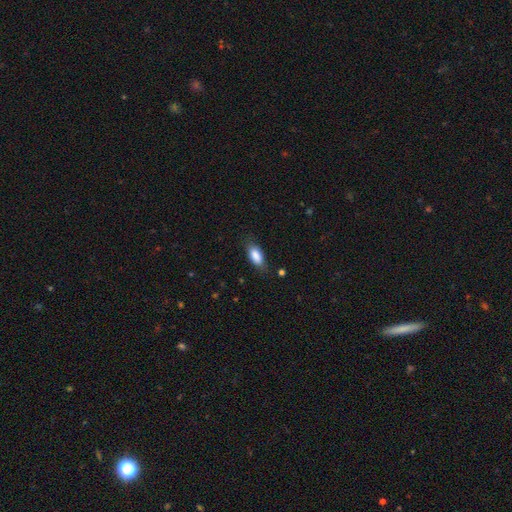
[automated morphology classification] Smooth or featured? Predicted: smooth (p=0.86). How rounded? Predicted: in between (p=0.85). Merging? Predicted: none (p=0.76).